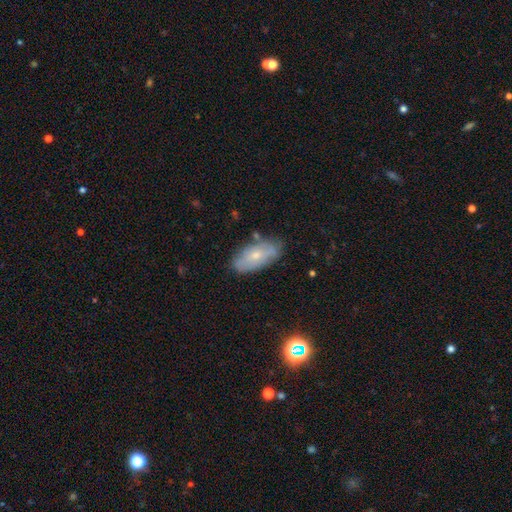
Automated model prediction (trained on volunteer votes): Smooth or featured?
  - smooth: 55% *
  - featured or disk: 37%
  - star or artifact: 8%
How rounded?
  - in between: 89% *
  - cigar-shaped: 8%
  - round: 3%
Merging?
  - none: 73% *
  - minor disturbance: 20%
  - major disturbance: 4%
  - merger: 3%